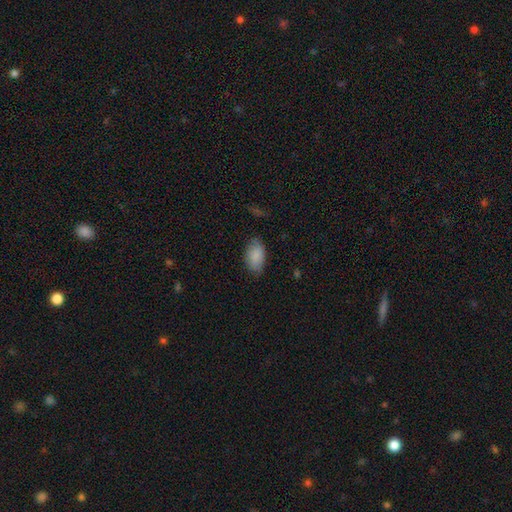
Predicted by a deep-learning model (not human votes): Smooth or featured?
  - smooth: 86% *
  - featured or disk: 7%
  - star or artifact: 7%
How rounded?
  - in between: 93% *
  - round: 5%
  - cigar-shaped: 2%
Merging?
  - none: 75% *
  - minor disturbance: 20%
  - major disturbance: 4%
  - merger: 1%